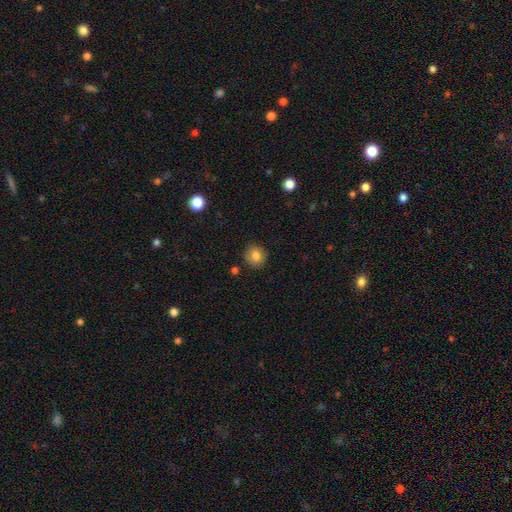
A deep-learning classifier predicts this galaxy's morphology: A smooth galaxy with no disk features (83%) that is round (78%).

Vote fractions:
- Smooth or featured? smooth: 83% / star or artifact: 10% / featured or disk: 8%
- How rounded? round: 78% / in between: 21% / cigar-shaped: 1%
- Merging? none: 85% / minor disturbance: 10% / major disturbance: 2% / merger: 2%